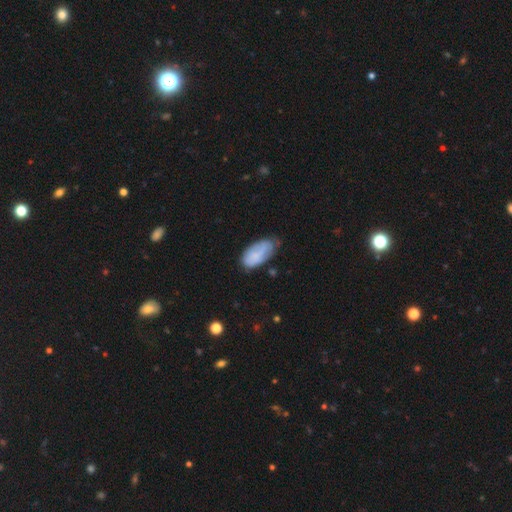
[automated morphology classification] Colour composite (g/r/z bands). It shows a smooth galaxy with no disk features (72%) that is in between round and cigar-shaped (94%). Merging: none (50%).